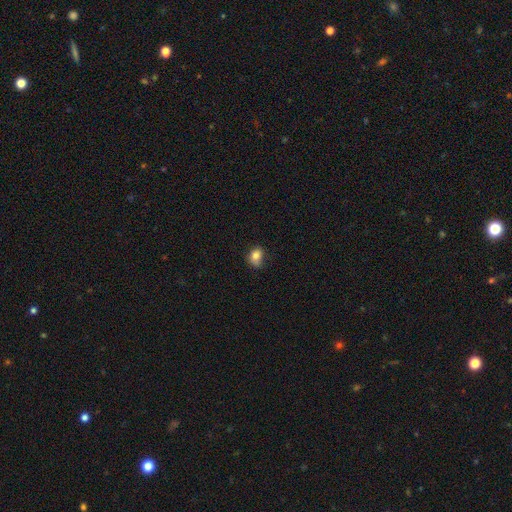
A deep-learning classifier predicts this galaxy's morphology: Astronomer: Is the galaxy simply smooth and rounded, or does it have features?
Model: smooth — 80%.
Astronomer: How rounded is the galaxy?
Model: in between — 54% (runner-up: round, 45%).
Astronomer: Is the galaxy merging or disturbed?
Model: none — 54% (runner-up: minor disturbance, 33%).